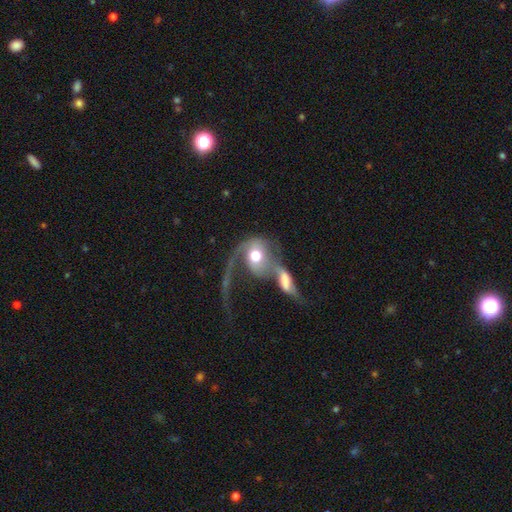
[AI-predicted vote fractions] Morphology: type=featured or disk (56%); edge-on=no (94%); bar=no (71%); spiral arms=yes (69%); bulge=moderate (55%); merging=merger (59%).